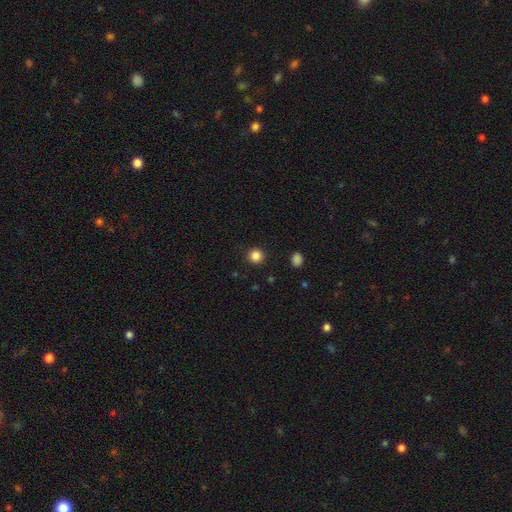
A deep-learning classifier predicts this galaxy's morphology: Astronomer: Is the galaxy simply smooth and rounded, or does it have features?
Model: smooth — 86%.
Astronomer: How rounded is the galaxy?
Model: round — 94%.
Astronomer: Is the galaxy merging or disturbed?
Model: none — 92%.